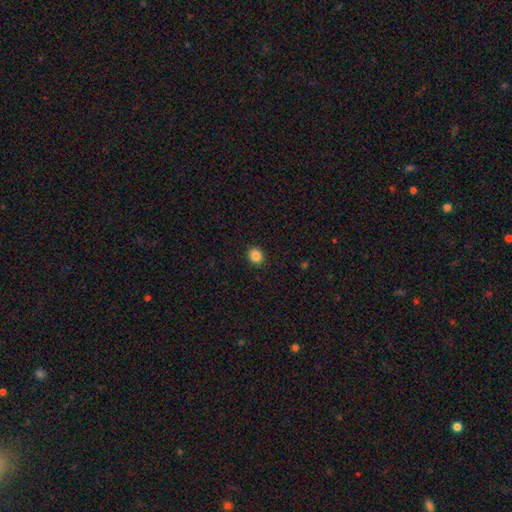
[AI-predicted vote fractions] smooth_or_featured: smooth (p=0.86) [alt: star or artifact p=0.10]
how_rounded: round (p=0.67) [alt: in between p=0.32]
merging: none (p=0.91) [alt: minor disturbance p=0.06]